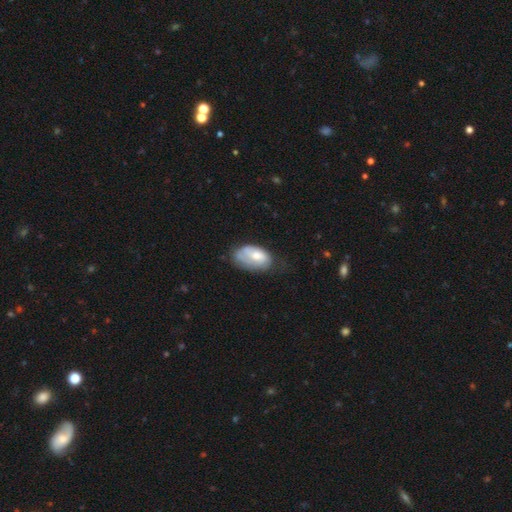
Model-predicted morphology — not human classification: Smooth or featured: smooth — 62% (featured or disk — 31%)
How rounded: in between — 92% (round — 6%)
Merging: none — 41% (minor disturbance — 36%)